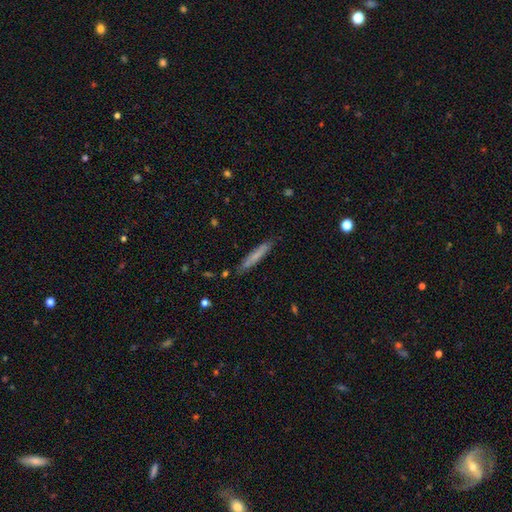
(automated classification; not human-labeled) Smooth or featured? Predicted: smooth (p=0.63). How rounded? Predicted: cigar-shaped (p=0.94). Merging? Predicted: none (p=0.86).